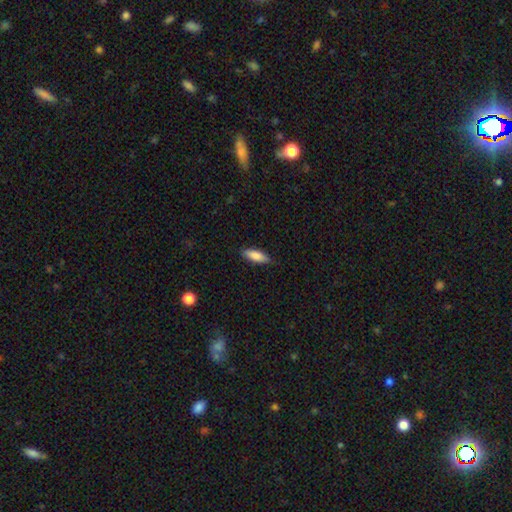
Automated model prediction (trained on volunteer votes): Smooth or featured? Predicted: smooth (p=0.81). How rounded? Predicted: in between (p=0.56). Merging? Predicted: none (p=0.83).